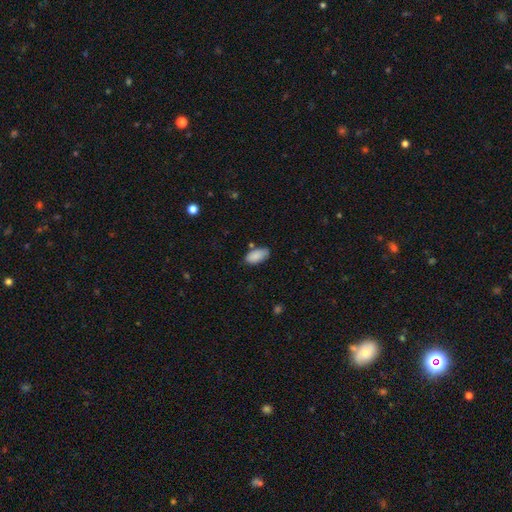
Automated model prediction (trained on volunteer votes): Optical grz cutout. It shows a smooth galaxy with no disk features (87%) that is in between round and cigar-shaped (93%). Merging: none (65%).